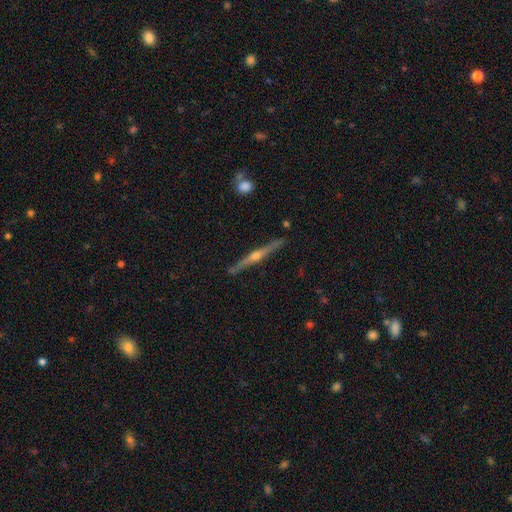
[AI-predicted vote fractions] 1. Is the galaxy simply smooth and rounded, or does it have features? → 82% featured or disk, 12% smooth, 6% star or artifact.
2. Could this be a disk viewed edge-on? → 98% yes, 2% no.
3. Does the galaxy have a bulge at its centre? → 92% rounded, 5% none, 3% boxy.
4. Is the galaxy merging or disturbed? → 90% none, 7% minor disturbance, 1% merger, 1% major disturbance.